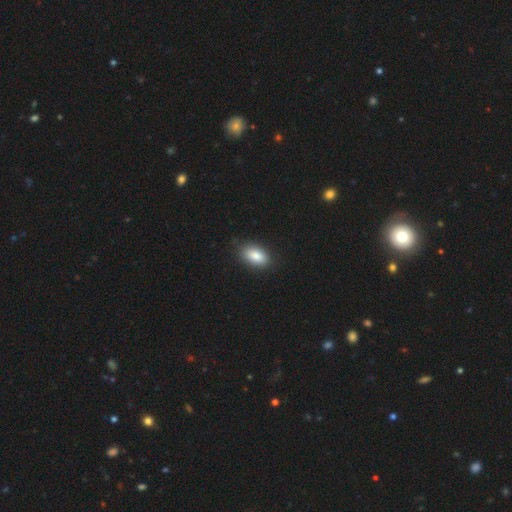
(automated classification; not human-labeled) smooth-or-featured: smooth: 86% | star or artifact: 8% | featured or disk: 6%
  how-rounded: in between: 91% | round: 7% | cigar-shaped: 2%
  merging: none: 86% | minor disturbance: 11% | major disturbance: 2% | merger: 1%